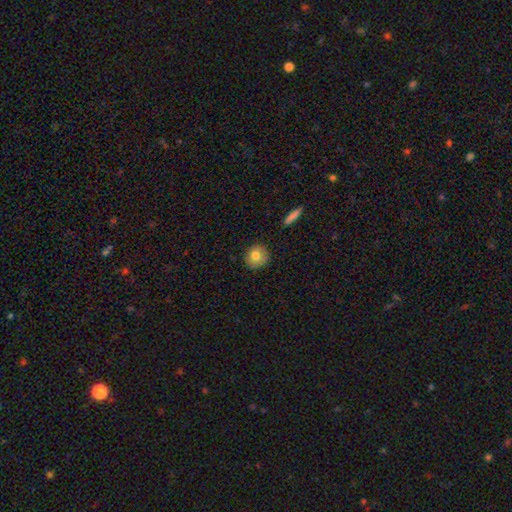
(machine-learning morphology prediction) smooth 77%, featured or disk 15%, star or artifact 8%. Down the decision tree: how rounded — round (88%); merging — none (86%).